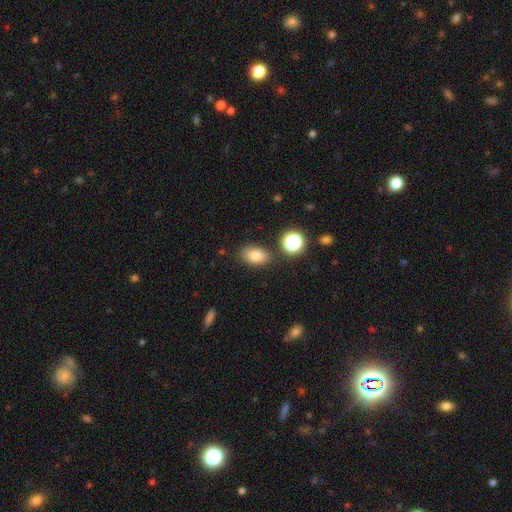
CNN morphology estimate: Q: Smooth or featured?
A: smooth (80%); runner-up: star or artifact (12%)
Q: How rounded?
A: in between (83%); runner-up: round (16%)
Q: Merging?
A: none (80%); runner-up: minor disturbance (11%)